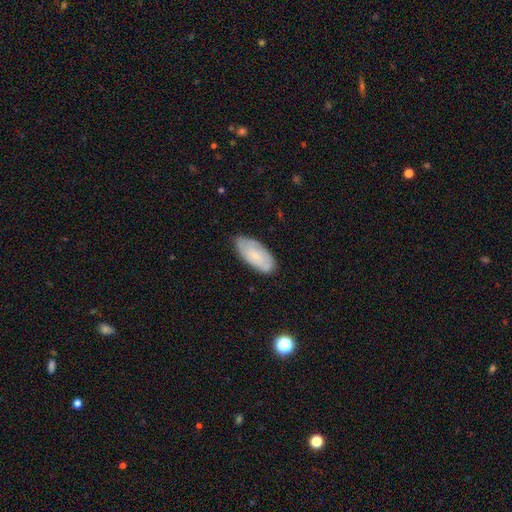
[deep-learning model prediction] The model was most divided on "smooth or featured": smooth: 59%, featured or disk: 34%, star or artifact: 7%. More confident: how rounded — in between (89%); merging — none (75%).